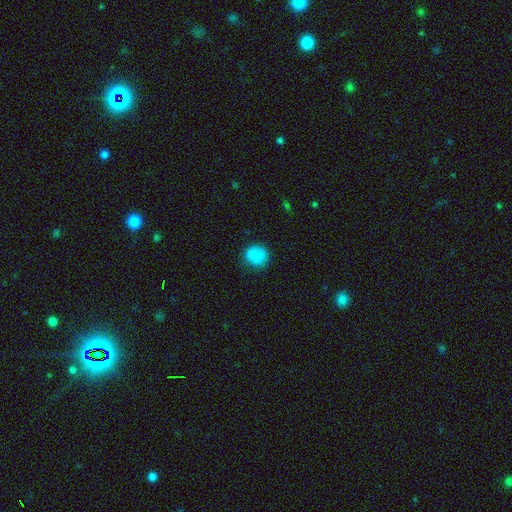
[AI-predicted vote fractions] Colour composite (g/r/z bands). It shows a smooth galaxy with no disk features (86%) that is round (81%). Merging: none (78%).